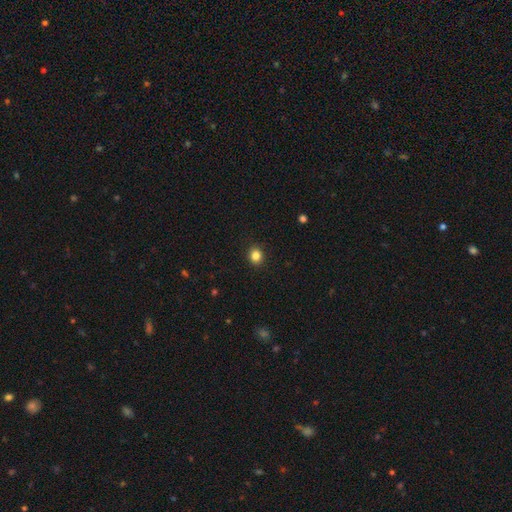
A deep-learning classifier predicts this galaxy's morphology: Smooth or featured? Predicted: smooth (p=0.84). How rounded? Predicted: round (p=0.80). Merging? Predicted: none (p=0.92).